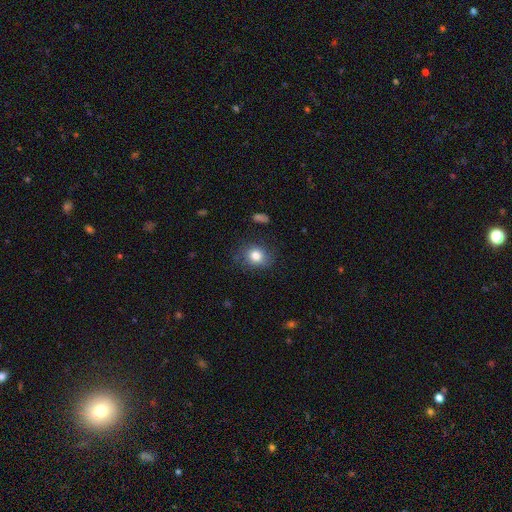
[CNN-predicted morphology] This appears to be a smooth galaxy with no disk features (81%) that is round (60%). Merging: none (77%).